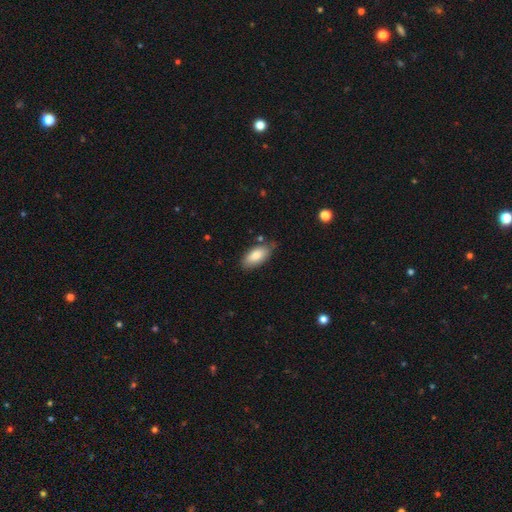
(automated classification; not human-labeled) Smooth or featured? smooth (82%)
How rounded? in between (91%)
Merging? none (75%)